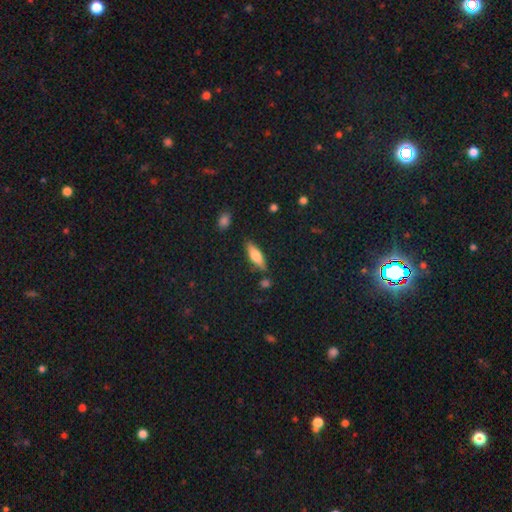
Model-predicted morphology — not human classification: Smooth or featured?
  - smooth: 66% *
  - featured or disk: 27%
  - star or artifact: 7%
How rounded?
  - cigar-shaped: 50% *
  - in between: 48%
  - round: 2%
Merging?
  - none: 82% *
  - minor disturbance: 12%
  - merger: 3%
  - major disturbance: 3%